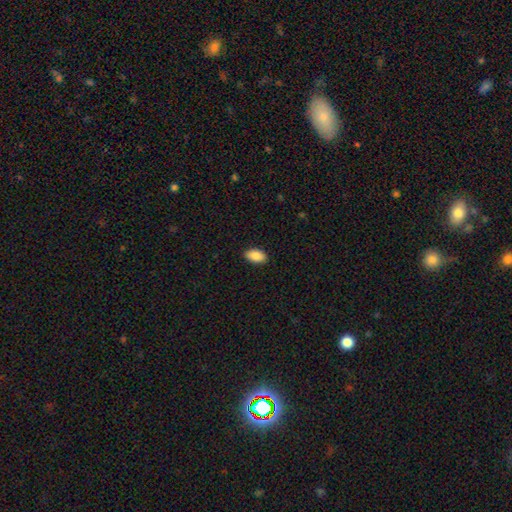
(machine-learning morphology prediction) This appears to be a smooth galaxy with no disk features (90%) that is in between round and cigar-shaped (94%). Merging: none (89%).